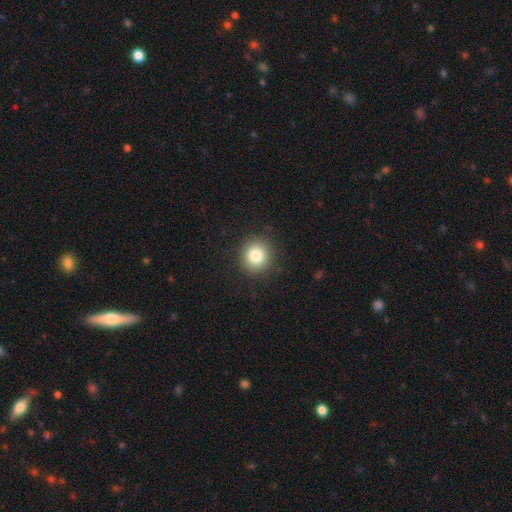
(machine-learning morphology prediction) Smooth or featured: smooth — 83% (star or artifact — 10%)
How rounded: round — 91% (in between — 8%)
Merging: none — 90% (minor disturbance — 7%)